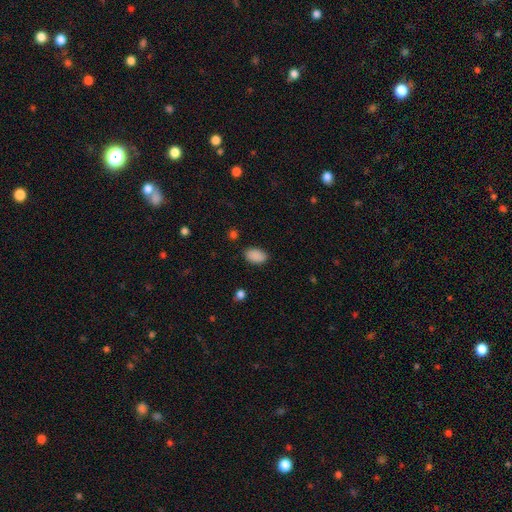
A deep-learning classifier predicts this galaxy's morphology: This is clearly a smooth galaxy (89%). How rounded: clearly in between (92%). Merging: clearly none (85%).